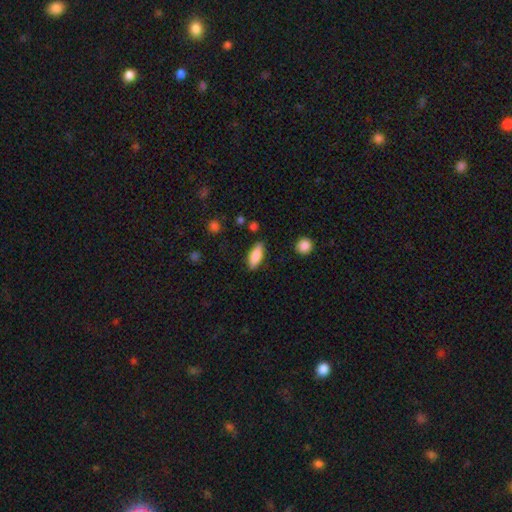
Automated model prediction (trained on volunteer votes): This appears to be a smooth galaxy with no disk features (80%) that is in between round and cigar-shaped (69%). Merging: none (85%).